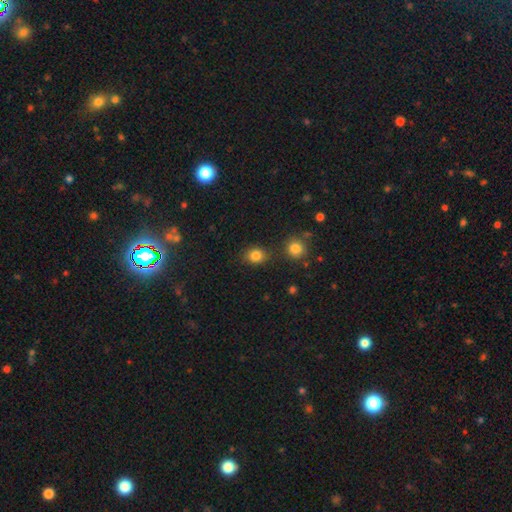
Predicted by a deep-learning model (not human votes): Smooth or featured? smooth (83%)
How rounded? round (63%)
Merging? none (78%)